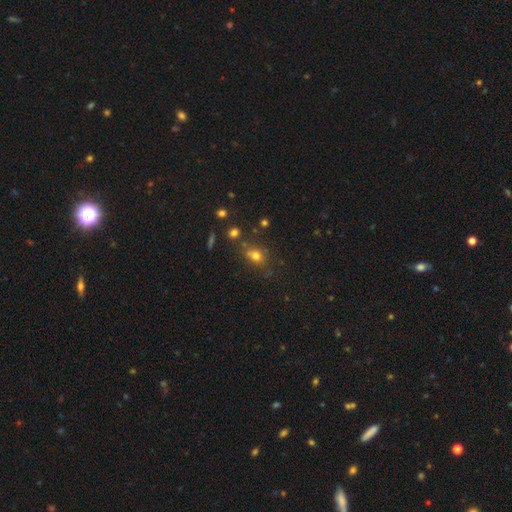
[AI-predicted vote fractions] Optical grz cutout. It shows a smooth galaxy with no disk features (72%) that is round (50%). Merging: none (64%).